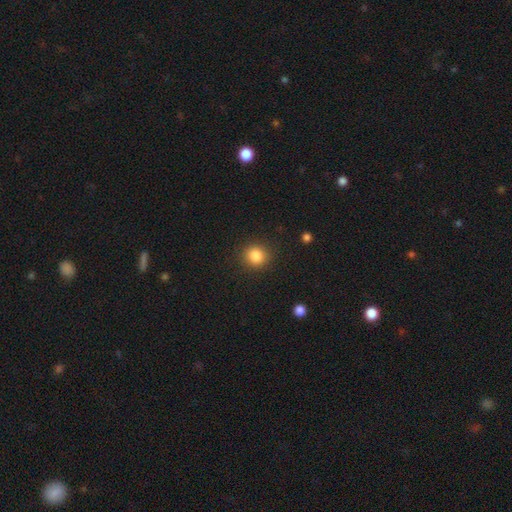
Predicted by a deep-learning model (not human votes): The model was most divided on "smooth or featured": smooth: 86%, star or artifact: 11%, featured or disk: 4%. More confident: how rounded — round (89%); merging — none (89%).